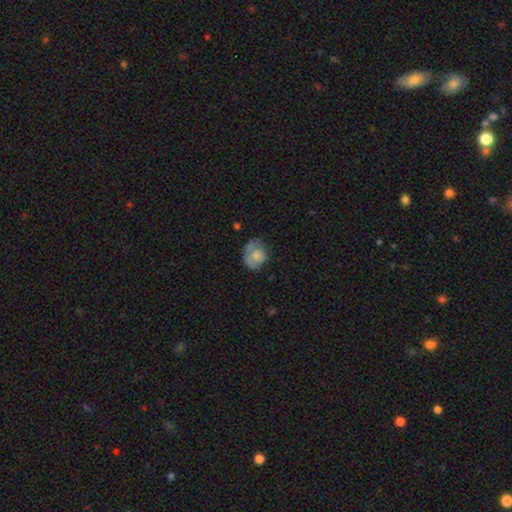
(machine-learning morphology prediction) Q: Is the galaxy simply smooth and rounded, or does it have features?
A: smooth — 63%.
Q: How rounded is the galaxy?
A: round — 62%.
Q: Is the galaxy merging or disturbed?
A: none — 50%.